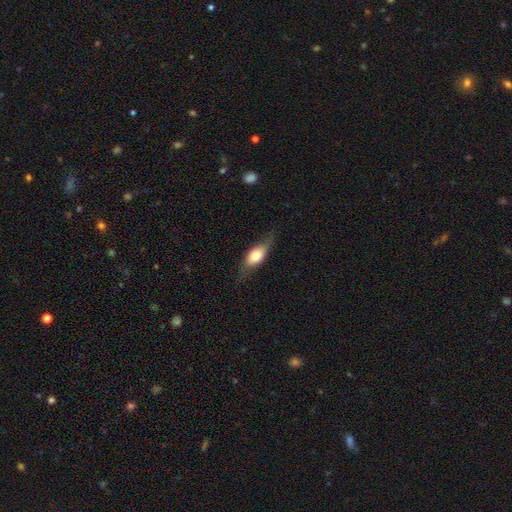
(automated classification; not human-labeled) smooth-or-featured: smooth: 61% | featured or disk: 33% | star or artifact: 7%
  how-rounded: in between: 73% | cigar-shaped: 20% | round: 7%
  merging: none: 69% | minor disturbance: 22% | major disturbance: 8% | merger: 1%